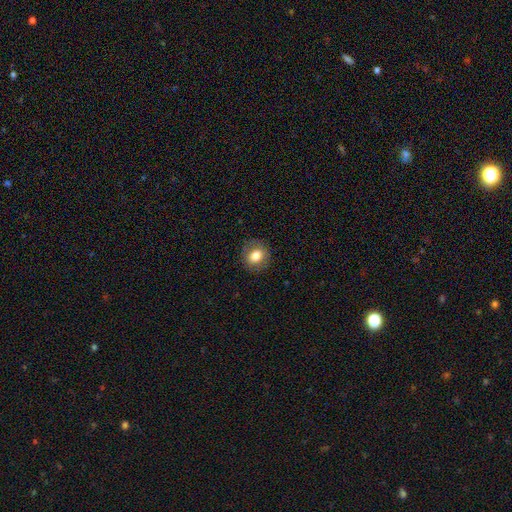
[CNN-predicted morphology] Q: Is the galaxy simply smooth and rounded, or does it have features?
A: smooth — 76%.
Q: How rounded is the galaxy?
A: round — 70%.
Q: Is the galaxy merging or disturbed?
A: none — 86%.